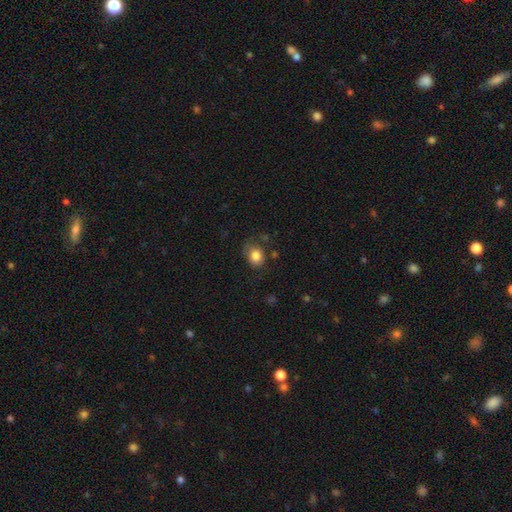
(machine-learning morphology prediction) Smooth or featured? Predicted: smooth (p=0.83). How rounded? Predicted: in between (p=0.51). Merging? Predicted: none (p=0.65).